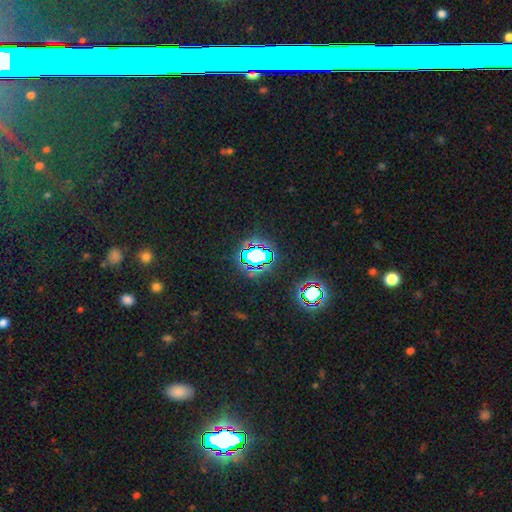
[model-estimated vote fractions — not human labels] Smooth or featured: star or artifact — 65% (smooth — 22%)